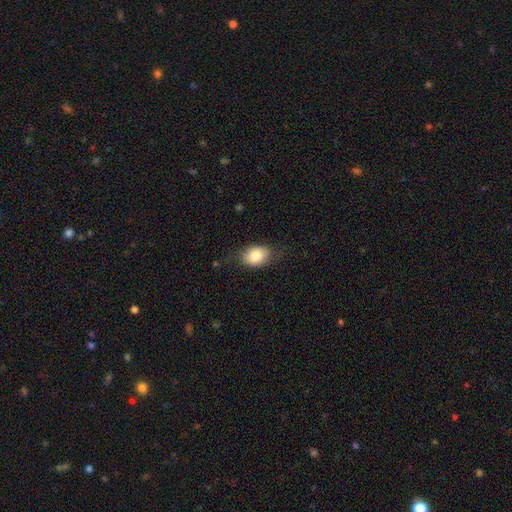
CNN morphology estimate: Smooth or featured?
  - smooth: 81% *
  - featured or disk: 12%
  - star or artifact: 7%
How rounded?
  - in between: 77% *
  - round: 21%
  - cigar-shaped: 1%
Merging?
  - none: 73% *
  - minor disturbance: 20%
  - major disturbance: 6%
  - merger: 1%